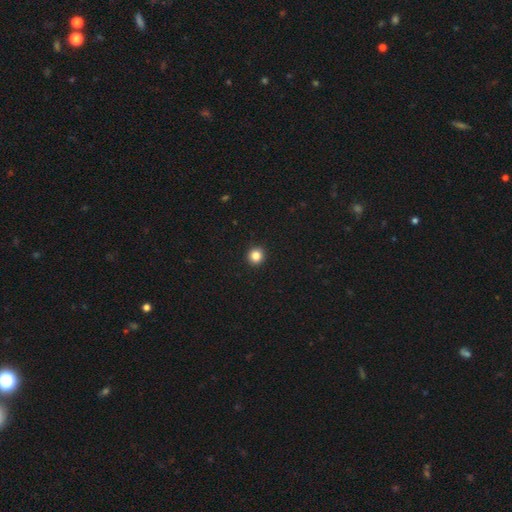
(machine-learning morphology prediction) A smooth galaxy with no disk features (84%) that is round (93%). Merging: none (94%).